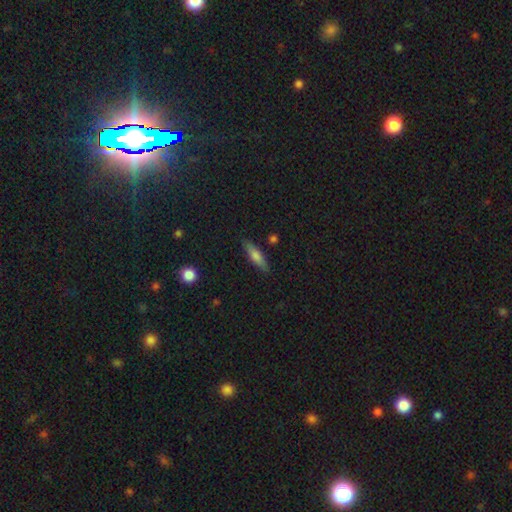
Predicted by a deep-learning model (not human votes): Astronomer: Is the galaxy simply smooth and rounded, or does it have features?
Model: smooth — 64%.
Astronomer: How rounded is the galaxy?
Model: cigar-shaped — 69%.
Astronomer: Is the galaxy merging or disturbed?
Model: none — 87%.